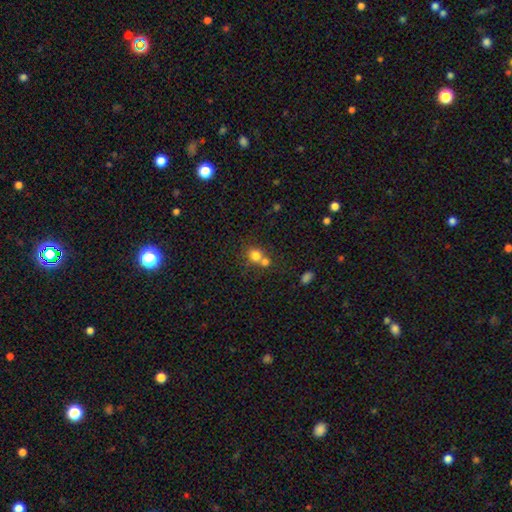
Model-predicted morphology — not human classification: smooth 76%, star or artifact 13%, featured or disk 11%. Down the decision tree: how rounded — round (80%); merging — merger (49%).